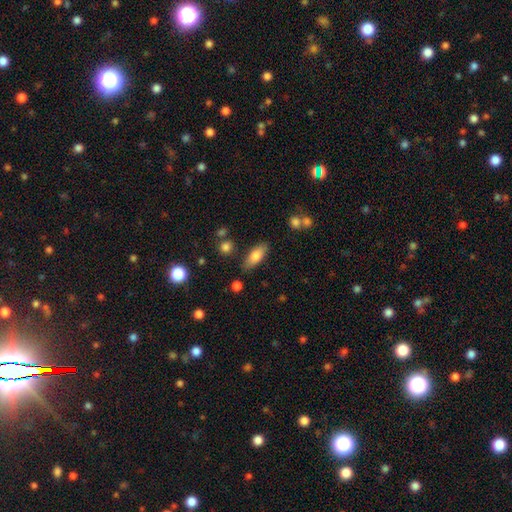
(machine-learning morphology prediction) smooth-or-featured: smooth: 77% | featured or disk: 16% | star or artifact: 7%
  how-rounded: in between: 75% | cigar-shaped: 23% | round: 3%
  merging: none: 80% | minor disturbance: 13% | merger: 4% | major disturbance: 3%